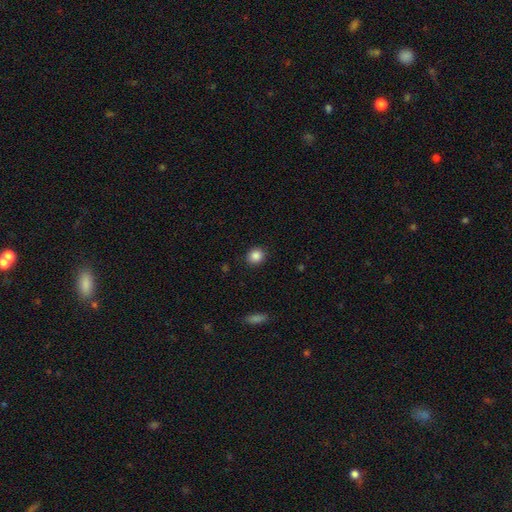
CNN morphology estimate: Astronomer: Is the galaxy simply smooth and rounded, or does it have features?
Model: smooth — 86%.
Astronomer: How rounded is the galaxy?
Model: round — 81%.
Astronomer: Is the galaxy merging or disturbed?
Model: none — 89%.